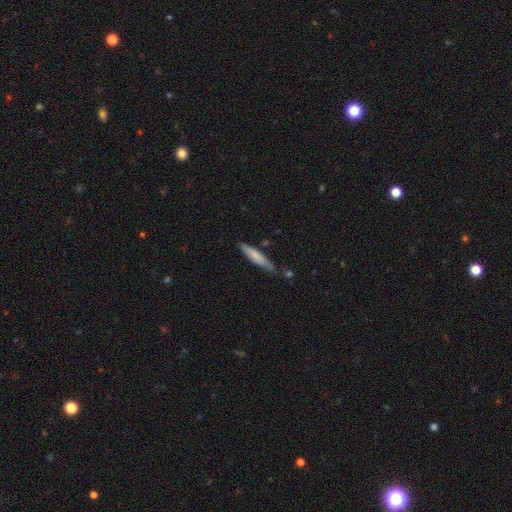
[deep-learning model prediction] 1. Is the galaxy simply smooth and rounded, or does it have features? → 72% smooth, 23% featured or disk, 6% star or artifact.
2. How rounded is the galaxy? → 86% cigar-shaped, 13% in between, 1% round.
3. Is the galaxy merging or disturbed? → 73% none, 19% minor disturbance, 5% merger, 3% major disturbance.